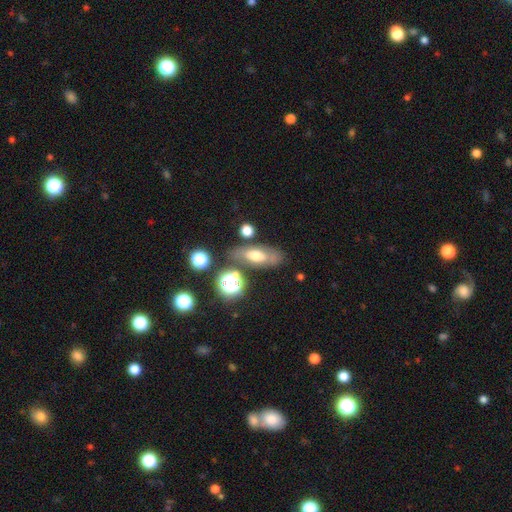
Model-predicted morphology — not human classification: smooth 52%, featured or disk 35%, star or artifact 14%. Down the decision tree: how rounded — in between (71%); merging — none (69%).